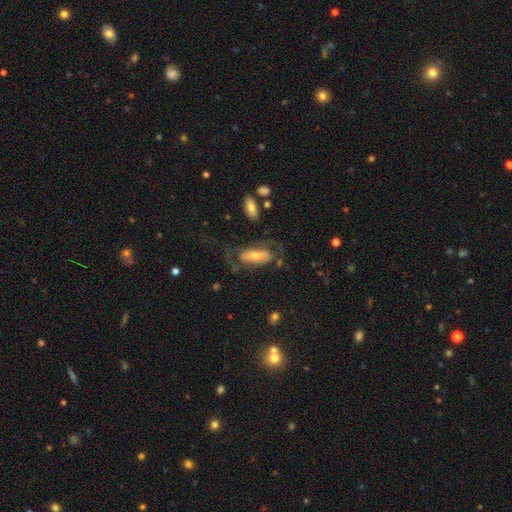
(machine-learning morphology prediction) type=featured or disk (52%); edge-on=no (85%); merging=none (45%).